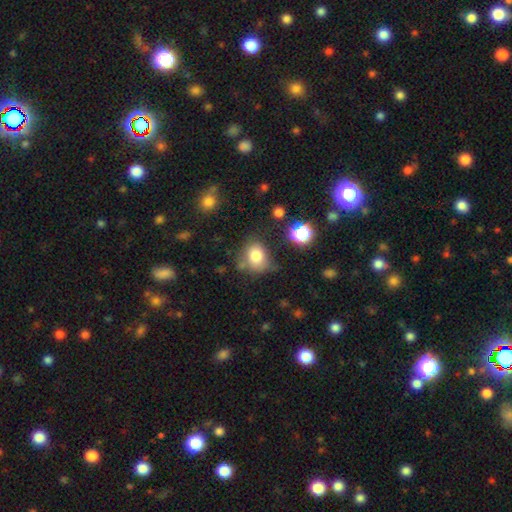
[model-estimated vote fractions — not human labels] Smooth or featured: smooth — 79% (star or artifact — 12%)
How rounded: round — 57% (in between — 42%)
Merging: none — 61% (minor disturbance — 23%)